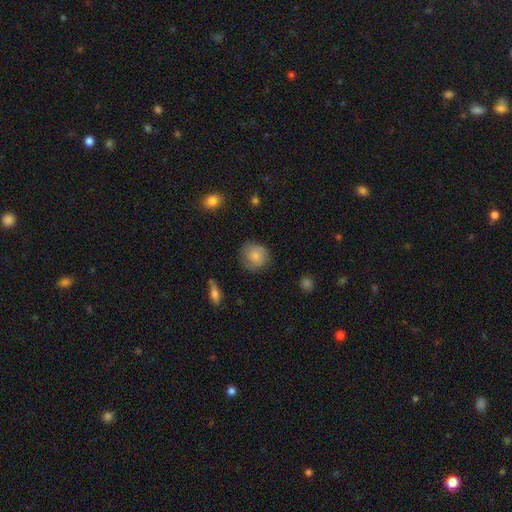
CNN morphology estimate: A smooth galaxy with no disk features (79%) that is round (85%).

Vote fractions:
- Smooth or featured? smooth: 79% / featured or disk: 14% / star or artifact: 8%
- How rounded? round: 85% / in between: 14% / cigar-shaped: 1%
- Merging? none: 75% / minor disturbance: 18% / major disturbance: 5% / merger: 1%